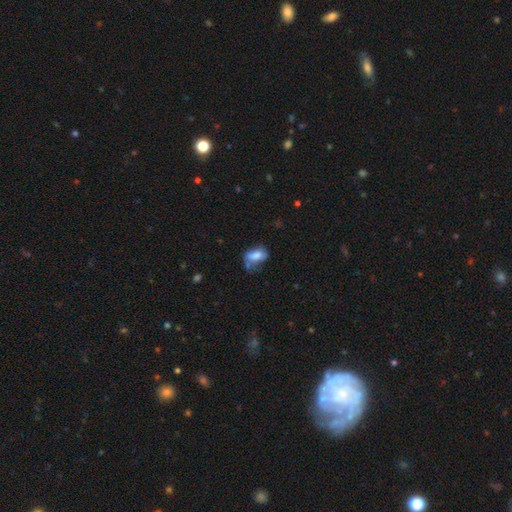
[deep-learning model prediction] Smooth or featured? Predicted: smooth (p=0.69). How rounded? Predicted: in between (p=0.86). Merging? Predicted: none (p=0.38).